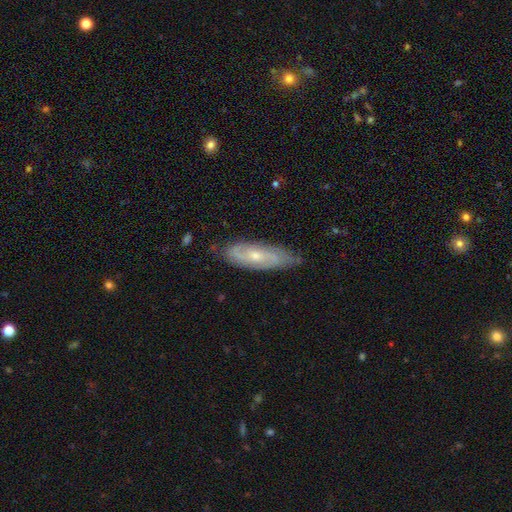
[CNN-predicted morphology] Smooth or featured?
  - featured or disk: 71% *
  - smooth: 23%
  - star or artifact: 6%
Edge-on disk?
  - no: 82% *
  - yes: 18%
Bar?
  - no: 61% *
  - weak: 33%
  - strong: 7%
Spiral arms?
  - yes: 90% *
  - no: 10%
Spiral winding?
  - tight: 44% *
  - medium: 40%
  - loose: 16%
Spiral arm count?
  - 2: 56% *
  - can't tell: 29%
  - 3: 7%
  - 1: 3%
  - 4: 3%
  - more than 4: 2%
Bulge size?
  - small: 57% *
  - moderate: 40%
  - none: 2%
  - large: 1%
  - dominant: 1%
Merging?
  - none: 73% *
  - minor disturbance: 22%
  - major disturbance: 4%
  - merger: 1%